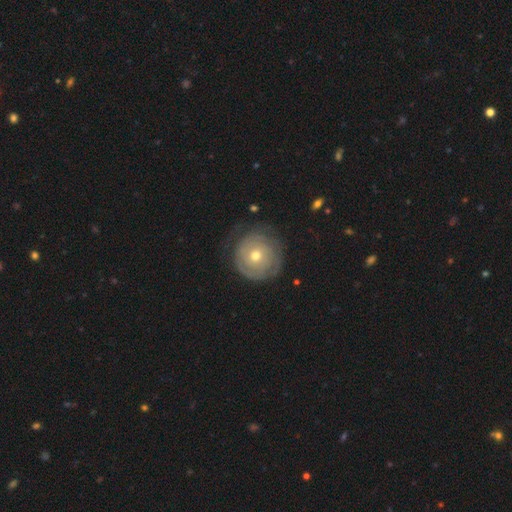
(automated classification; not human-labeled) Smooth or featured: featured or disk — 59% (smooth — 34%)
Edge-on disk: no — 97% (yes — 3%)
Bar: no — 86% (weak — 11%)
Spiral arms: yes — 67% (no — 33%)
Bulge size: moderate — 59% (small — 37%)
Merging: none — 70% (minor disturbance — 20%)